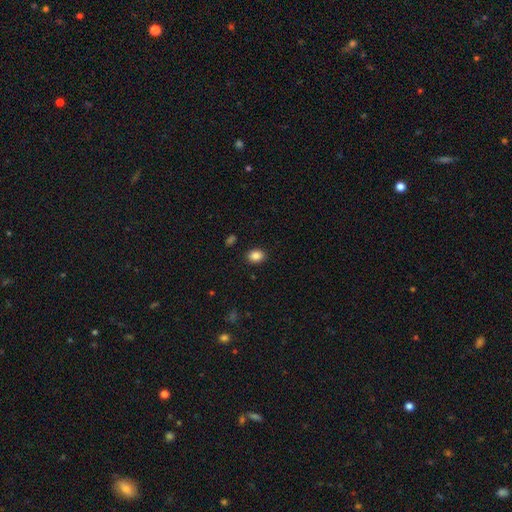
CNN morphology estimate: A smooth galaxy with no disk features (87%) that is in between round and cigar-shaped (63%).

Vote fractions:
- Smooth or featured? smooth: 87% / star or artifact: 9% / featured or disk: 4%
- How rounded? in between: 63% / round: 36% / cigar-shaped: 1%
- Merging? none: 89% / minor disturbance: 8% / major disturbance: 2% / merger: 1%